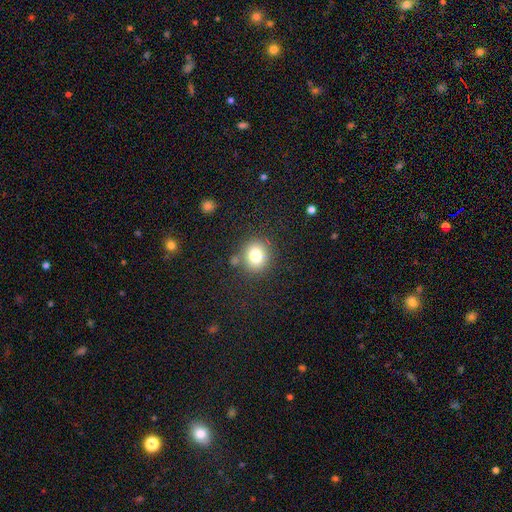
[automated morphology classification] smooth_or_featured: smooth (p=0.79) [alt: star or artifact p=0.12]
how_rounded: round (p=0.74) [alt: in between p=0.25]
merging: none (p=0.78) [alt: minor disturbance p=0.11]